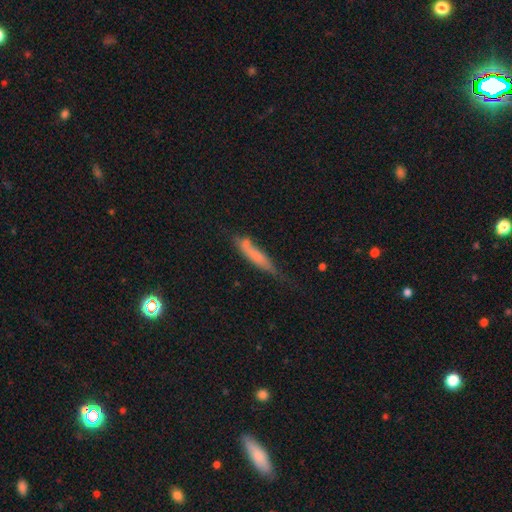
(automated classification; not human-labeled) Morphology: type=smooth (66%); roundness=cigar-shaped (85%); merging=none (54%).